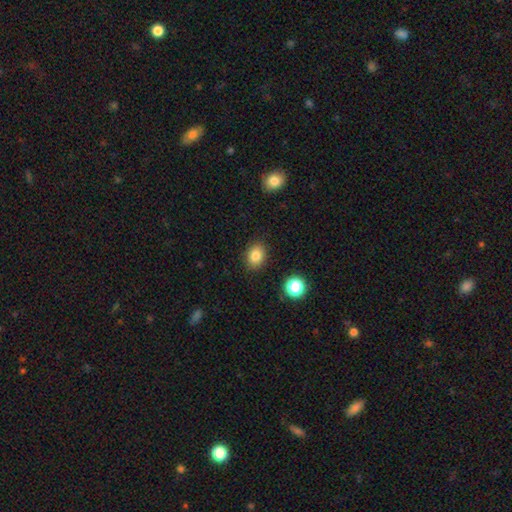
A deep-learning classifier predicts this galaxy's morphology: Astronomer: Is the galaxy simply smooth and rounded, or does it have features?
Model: smooth — 83%.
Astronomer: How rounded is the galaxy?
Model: in between — 61% (runner-up: round, 38%).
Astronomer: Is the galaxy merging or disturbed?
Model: none — 87%.